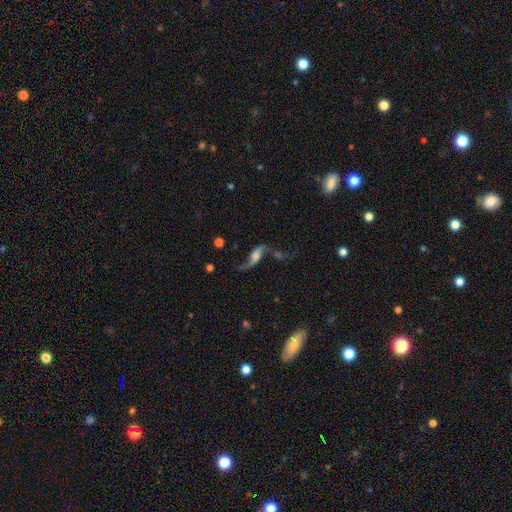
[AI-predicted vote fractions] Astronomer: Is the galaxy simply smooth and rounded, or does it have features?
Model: featured or disk — 78%.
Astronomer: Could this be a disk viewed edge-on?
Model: no — 83%.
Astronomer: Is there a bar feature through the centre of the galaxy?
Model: no — 56% (runner-up: weak, 32%).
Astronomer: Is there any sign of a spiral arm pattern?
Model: yes — 92%.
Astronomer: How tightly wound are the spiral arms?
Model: loose — 92%.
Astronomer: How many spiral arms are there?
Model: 2 — 91%.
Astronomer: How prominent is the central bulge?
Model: moderate — 35% (runner-up: large, 26%).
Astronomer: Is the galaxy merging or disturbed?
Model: none — 54%.